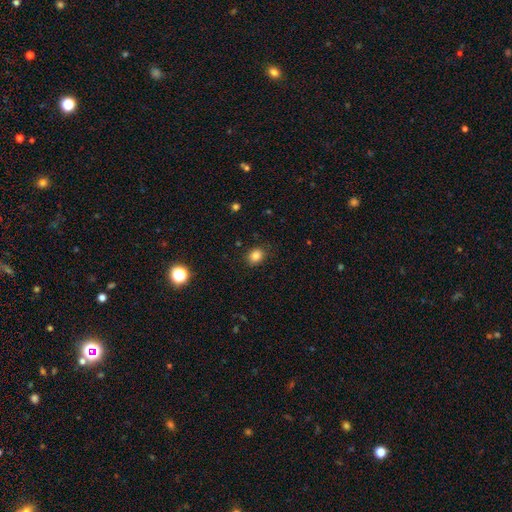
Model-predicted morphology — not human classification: Smooth or featured? Predicted: smooth (p=0.84). How rounded? Predicted: round (p=0.62). Merging? Predicted: none (p=0.85).